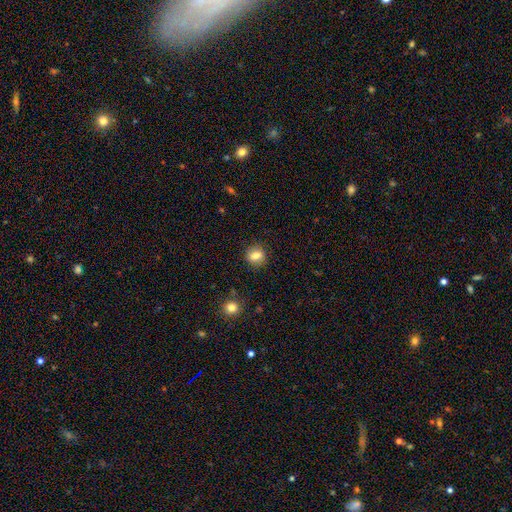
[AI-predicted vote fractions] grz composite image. It shows a smooth galaxy with no disk features (80%) that is round (73%). Merging: none (87%).